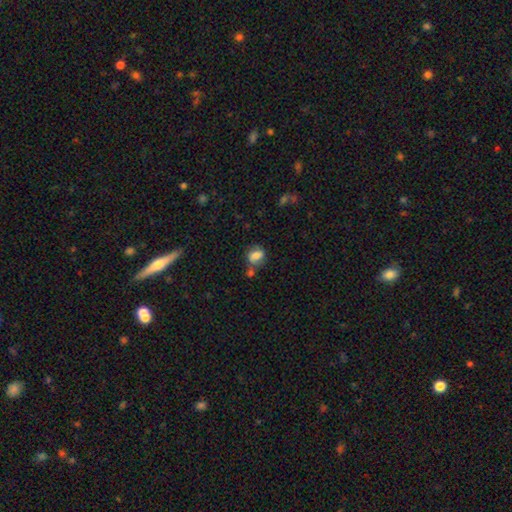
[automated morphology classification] This appears to be a smooth galaxy with no disk features (72%) that is in between round and cigar-shaped (63%). Merging: none (52%).